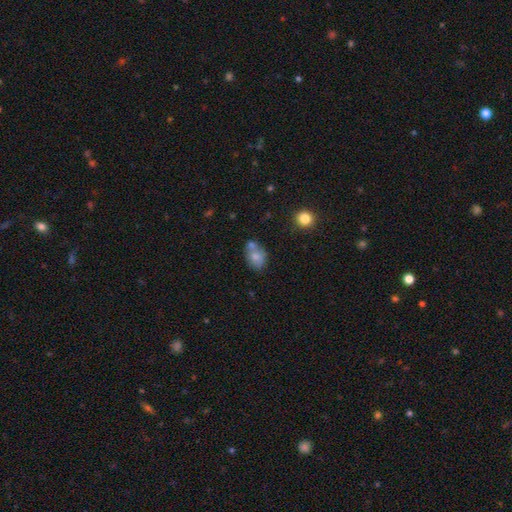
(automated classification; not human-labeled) Smooth or featured: smooth — 74% (featured or disk — 17%)
How rounded: in between — 71% (round — 28%)
Merging: none — 44% (merger — 32%)